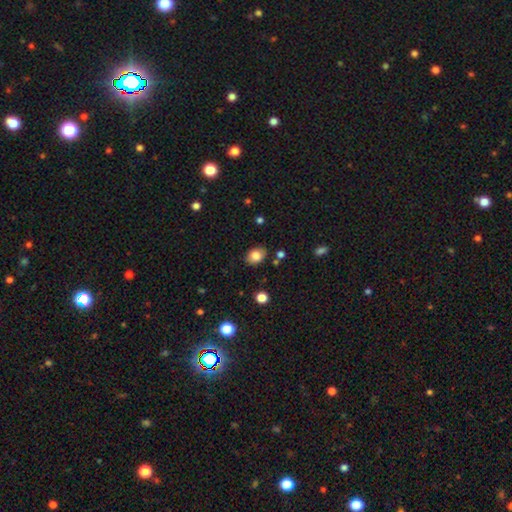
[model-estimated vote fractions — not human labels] A smooth galaxy with no disk features (82%) that is in between round and cigar-shaped (76%).

Vote fractions:
- Smooth or featured? smooth: 82% / featured or disk: 9% / star or artifact: 9%
- How rounded? in between: 76% / round: 23% / cigar-shaped: 1%
- Merging? none: 82% / minor disturbance: 13% / major disturbance: 3% / merger: 3%